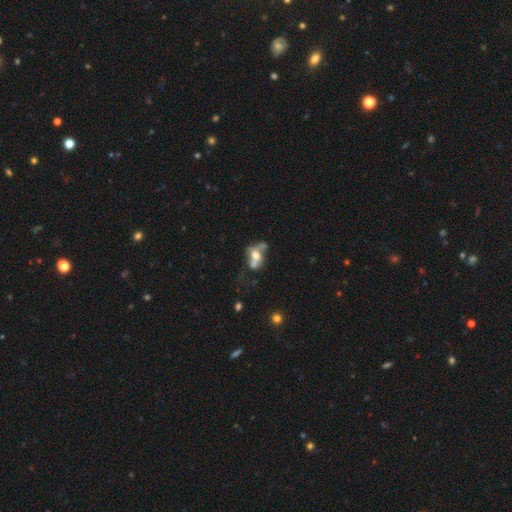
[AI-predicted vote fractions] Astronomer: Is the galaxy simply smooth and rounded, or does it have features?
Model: featured or disk — 50% (runner-up: smooth, 38%).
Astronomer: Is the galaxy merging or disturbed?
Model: merger — 33% (runner-up: major disturbance, 26%).